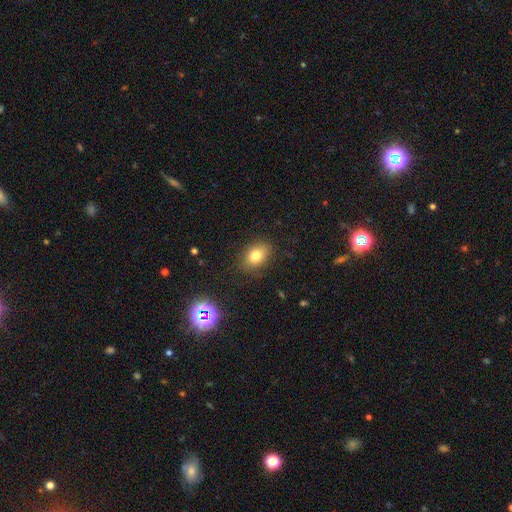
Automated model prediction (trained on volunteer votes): Smooth or featured? Predicted: smooth (p=0.77). How rounded? Predicted: in between (p=0.77). Merging? Predicted: none (p=0.85).